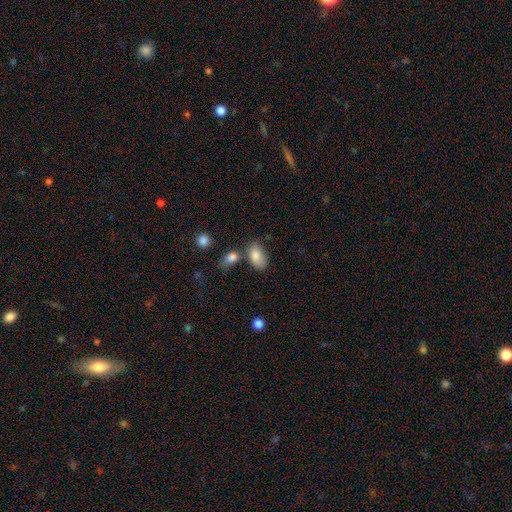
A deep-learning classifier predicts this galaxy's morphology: type=smooth (84%); roundness=in between (91%); merging=none (53%).